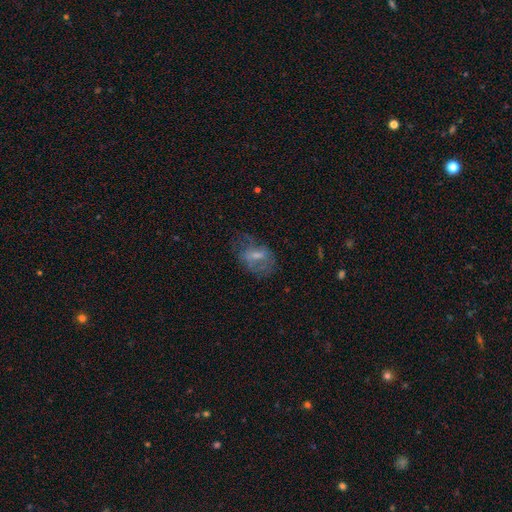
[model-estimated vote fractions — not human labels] A smooth galaxy with no disk features (45%). Merging: none (44%).